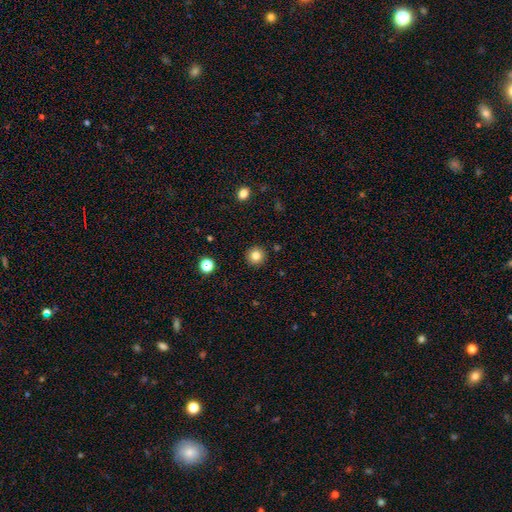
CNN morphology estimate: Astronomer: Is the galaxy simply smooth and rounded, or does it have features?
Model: smooth — 81%.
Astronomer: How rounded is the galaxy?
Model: round — 95%.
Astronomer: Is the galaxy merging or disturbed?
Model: none — 92%.